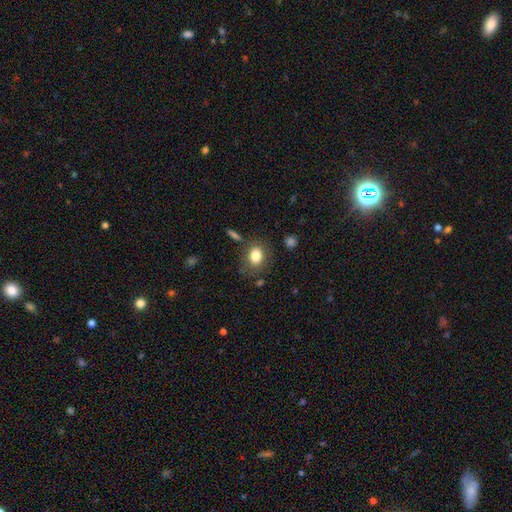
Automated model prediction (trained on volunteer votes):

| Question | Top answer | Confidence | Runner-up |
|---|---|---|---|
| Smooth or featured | smooth | 82% | star or artifact (9%) |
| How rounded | in between | 51% | round (48%) |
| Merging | none | 78% | minor disturbance (13%) |